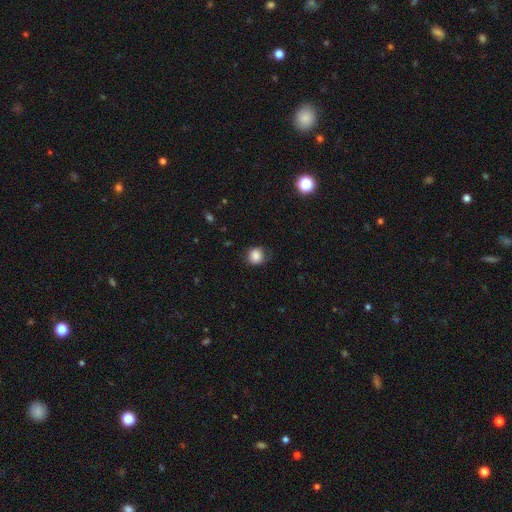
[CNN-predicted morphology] A smooth galaxy with no disk features (84%) that is round (76%). Merging: none (70%).